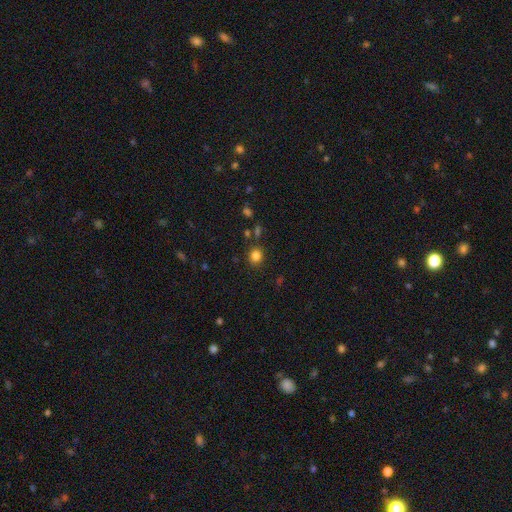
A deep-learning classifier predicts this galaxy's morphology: A smooth galaxy with no disk features (82%) that is round (80%).

Vote fractions:
- Smooth or featured? smooth: 82% / star or artifact: 13% / featured or disk: 5%
- How rounded? round: 80% / in between: 19% / cigar-shaped: 1%
- Merging? none: 85% / minor disturbance: 8% / merger: 4% / major disturbance: 3%